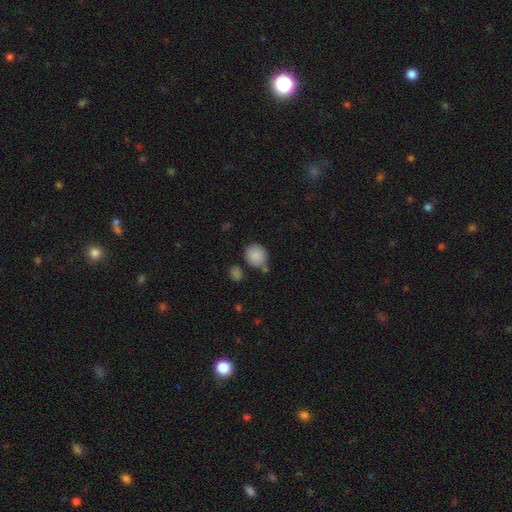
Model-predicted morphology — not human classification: Smooth or featured?
  - smooth: 88% *
  - star or artifact: 8%
  - featured or disk: 4%
How rounded?
  - round: 78% *
  - in between: 21%
  - cigar-shaped: 1%
Merging?
  - none: 67% *
  - minor disturbance: 17%
  - merger: 12%
  - major disturbance: 5%